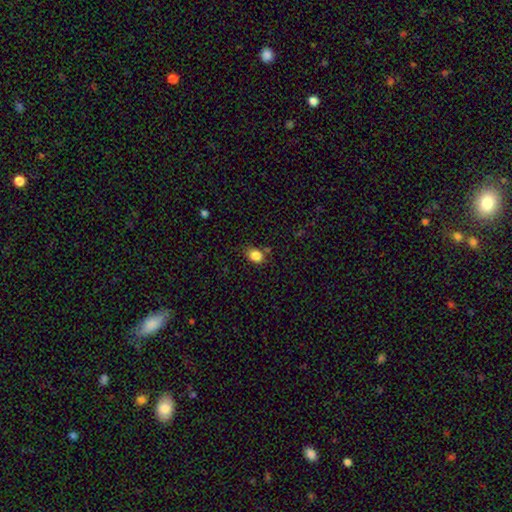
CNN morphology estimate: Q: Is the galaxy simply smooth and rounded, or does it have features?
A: smooth — 85%.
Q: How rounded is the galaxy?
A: in between — 50%.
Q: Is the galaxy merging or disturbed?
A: none — 75%.